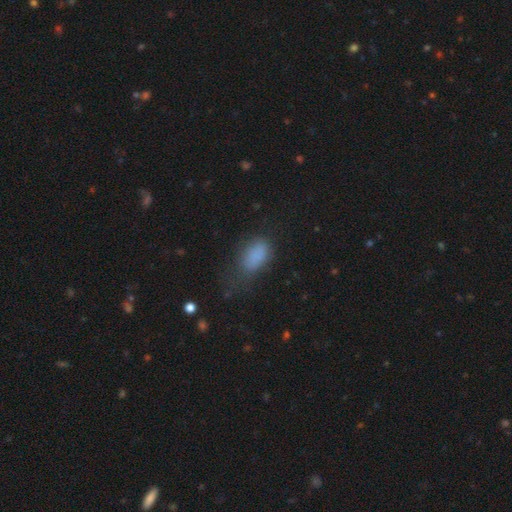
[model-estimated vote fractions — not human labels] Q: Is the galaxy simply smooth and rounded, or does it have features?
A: smooth — 81%.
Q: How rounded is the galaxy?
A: in between — 90%.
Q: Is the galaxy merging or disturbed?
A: none — 47%.